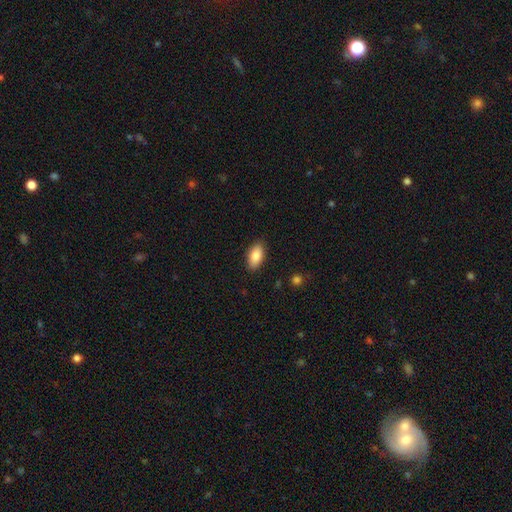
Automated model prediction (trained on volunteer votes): Overall: smooth (86%). How rounded: in between (92%). Merging: none (88%).